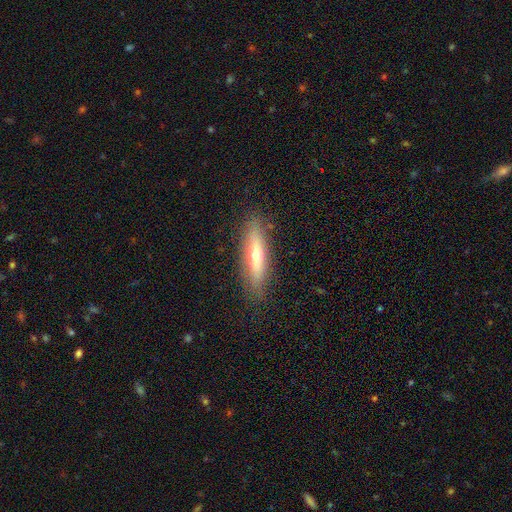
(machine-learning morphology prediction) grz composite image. It shows a featured or disk galaxy (48%). Merging: none (86%).